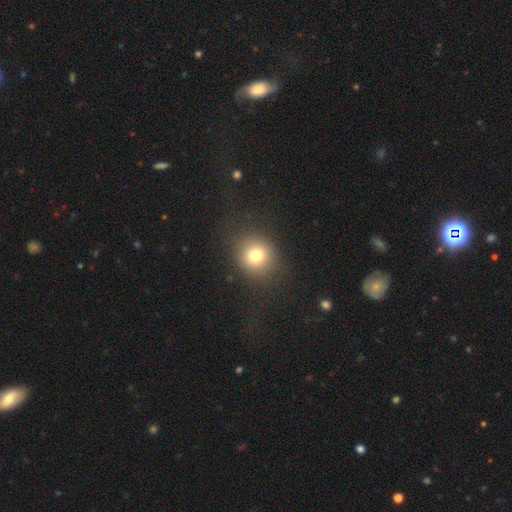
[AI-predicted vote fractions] Smooth or featured? smooth (75%)
How rounded? round (83%)
Merging? none (84%)